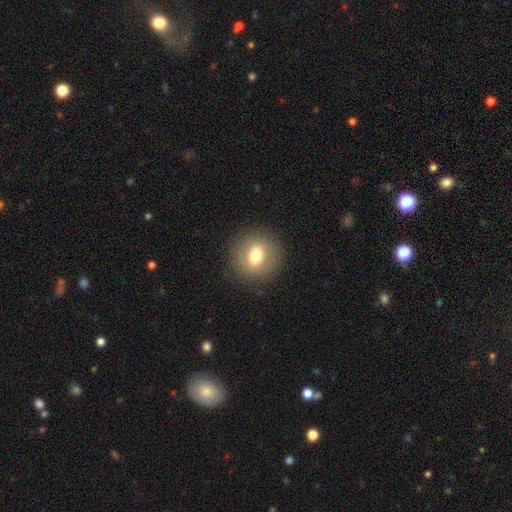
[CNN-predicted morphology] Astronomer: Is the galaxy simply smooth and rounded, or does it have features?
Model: smooth — 67%.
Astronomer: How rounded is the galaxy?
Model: round — 81%.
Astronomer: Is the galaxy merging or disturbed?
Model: none — 86%.